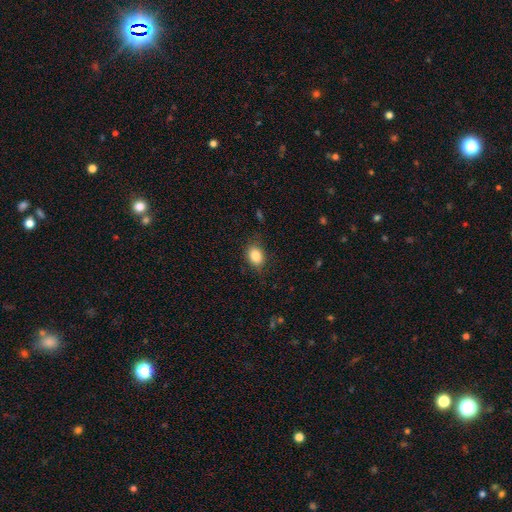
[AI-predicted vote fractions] smooth 84%, star or artifact 9%, featured or disk 6%. Down the decision tree: how rounded — in between (61%); merging — none (79%).